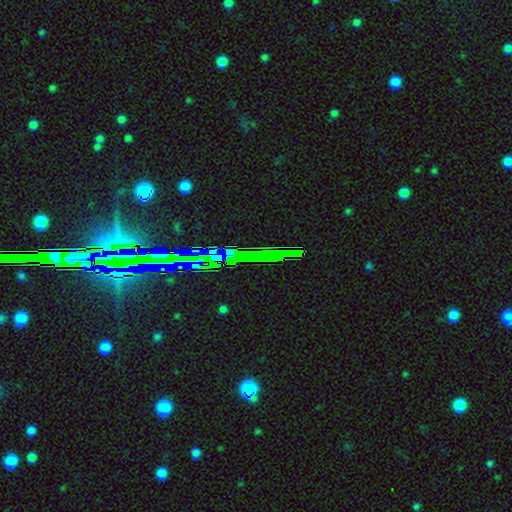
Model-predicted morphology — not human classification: Smooth or featured? star or artifact (75%)